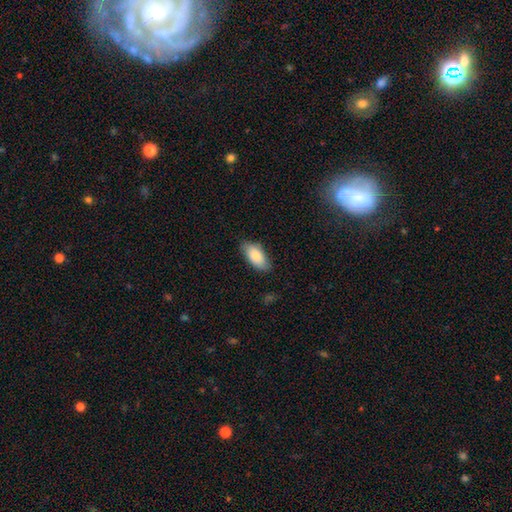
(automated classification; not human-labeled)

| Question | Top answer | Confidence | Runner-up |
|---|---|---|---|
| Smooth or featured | smooth | 82% | featured or disk (12%) |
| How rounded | in between | 92% | cigar-shaped (6%) |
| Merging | none | 81% | minor disturbance (16%) |